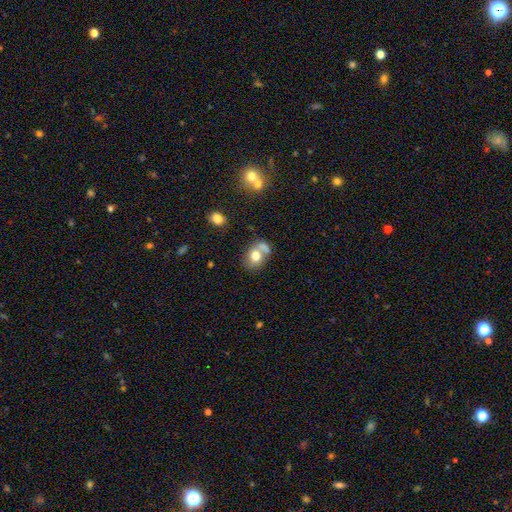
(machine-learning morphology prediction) type=smooth (72%); roundness=round (51%); merging=none (40%).